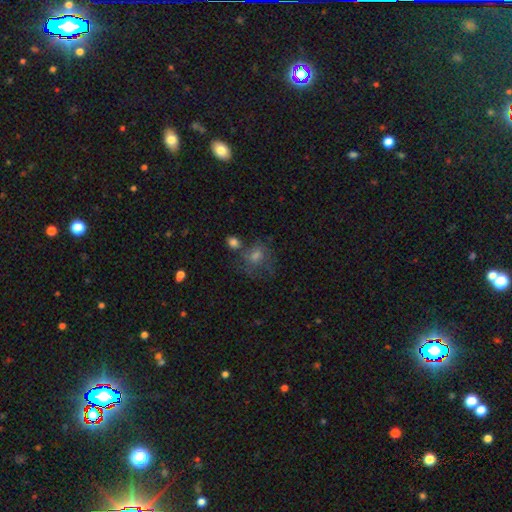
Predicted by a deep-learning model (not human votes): Overall: smooth (50%; featured or disk 28%). How rounded: round (72%). Merging: none (54%; minor disturbance 18%).